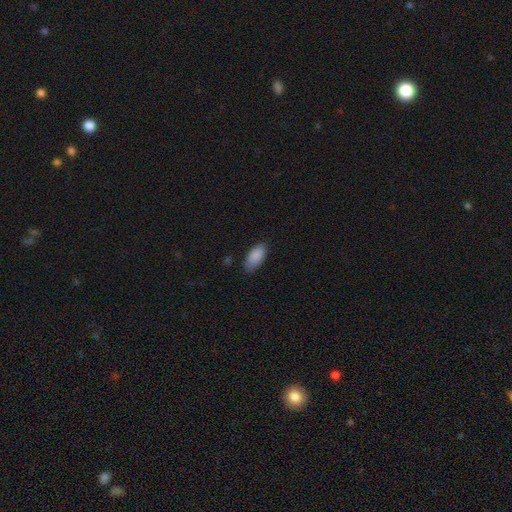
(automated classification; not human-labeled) This is clearly a smooth galaxy (89%). How rounded: clearly in between (91%). Merging: likely none (80%).